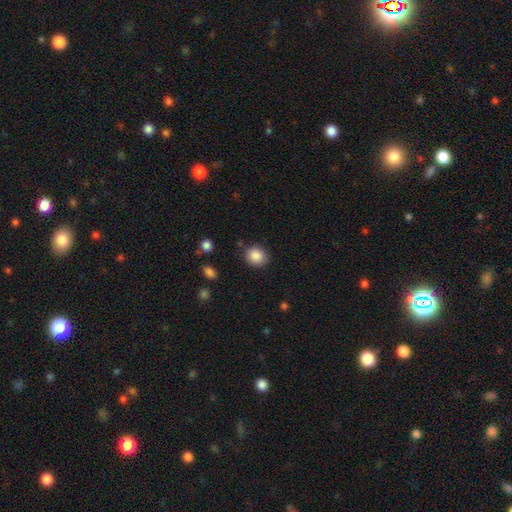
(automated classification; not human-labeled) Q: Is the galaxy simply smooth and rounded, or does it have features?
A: smooth — 87%.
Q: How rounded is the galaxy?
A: round — 76%.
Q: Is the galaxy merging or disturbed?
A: none — 83%.